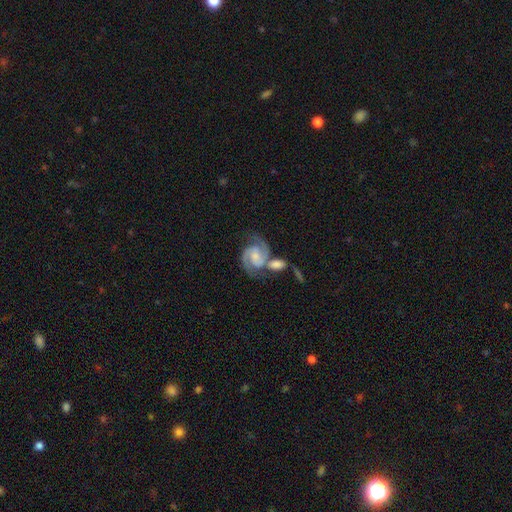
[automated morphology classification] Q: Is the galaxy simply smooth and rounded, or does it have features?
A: featured or disk — 90%.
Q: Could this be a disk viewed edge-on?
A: no — 98%.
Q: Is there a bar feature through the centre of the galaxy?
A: no — 48%.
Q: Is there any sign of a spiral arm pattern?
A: yes — 98%.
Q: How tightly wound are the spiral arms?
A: medium — 55%.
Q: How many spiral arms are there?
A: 2 — 91%.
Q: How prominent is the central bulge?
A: small — 50%.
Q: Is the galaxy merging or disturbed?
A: none — 46%.